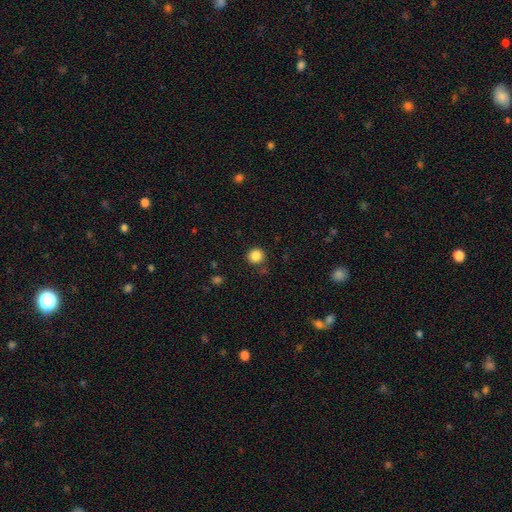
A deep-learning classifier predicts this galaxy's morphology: A smooth galaxy with no disk features (85%) that is round (92%). Merging: none (87%).